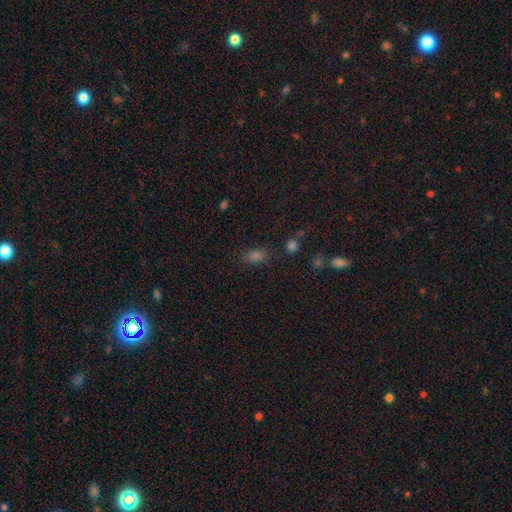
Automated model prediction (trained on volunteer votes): Overall: smooth (73%). How rounded: in between (81%). Merging: none (79%).